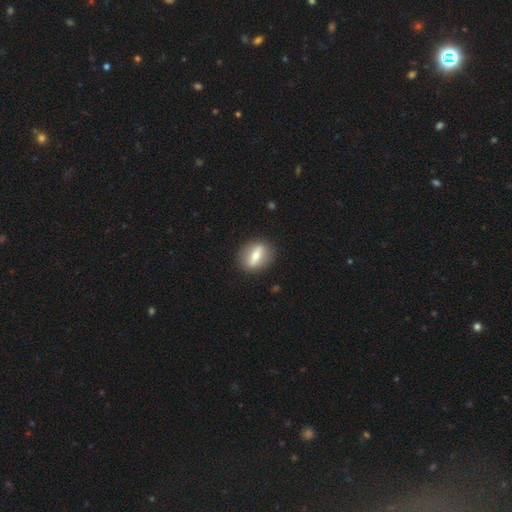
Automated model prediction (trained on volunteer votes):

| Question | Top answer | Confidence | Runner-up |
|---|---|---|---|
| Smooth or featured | featured or disk | 52% | smooth (41%) |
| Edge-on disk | no | 59% | yes (41%) |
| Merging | none | 88% | minor disturbance (8%) |